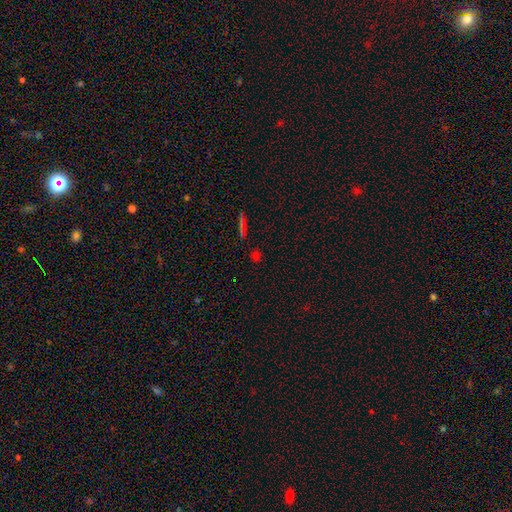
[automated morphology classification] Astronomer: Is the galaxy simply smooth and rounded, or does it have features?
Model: smooth — 50% (runner-up: star or artifact, 42%).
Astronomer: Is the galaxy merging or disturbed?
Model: none — 86%.